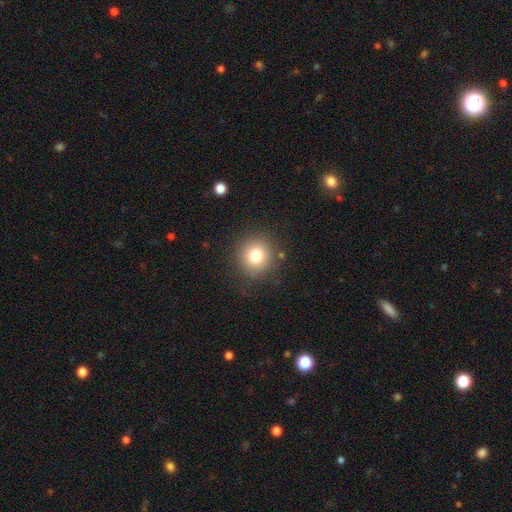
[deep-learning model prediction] The model was most divided on "smooth or featured": smooth: 78%, star or artifact: 13%, featured or disk: 10%. More confident: how rounded — round (92%); merging — none (87%).